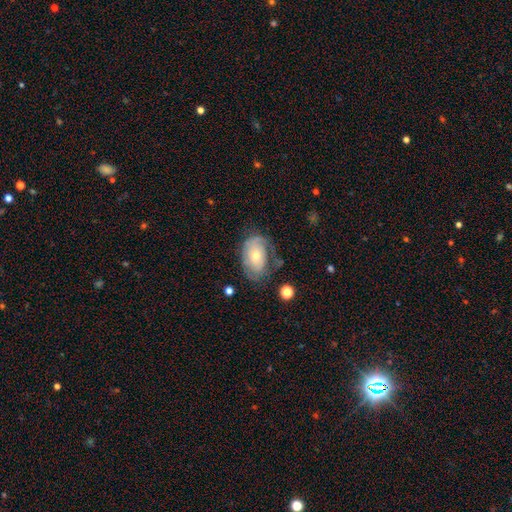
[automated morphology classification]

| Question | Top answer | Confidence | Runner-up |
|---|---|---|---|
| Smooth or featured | featured or disk | 57% | smooth (36%) |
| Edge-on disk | no | 95% | yes (5%) |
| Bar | no | 79% | weak (18%) |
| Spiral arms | yes | 71% | no (29%) |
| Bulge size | small | 52% | moderate (43%) |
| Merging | none | 49% | minor disturbance (28%) |